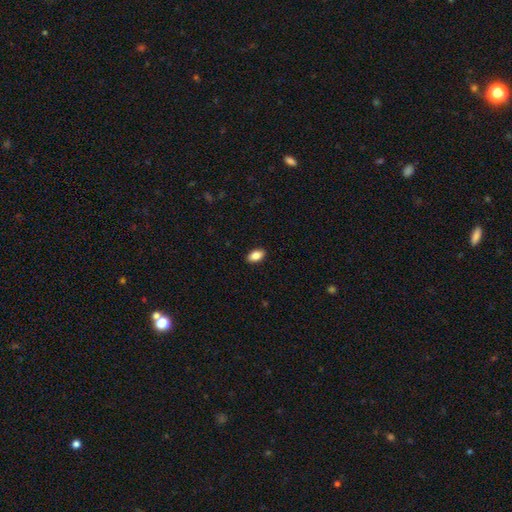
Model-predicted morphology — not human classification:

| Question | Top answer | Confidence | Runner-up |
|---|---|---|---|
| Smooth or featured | smooth | 87% | star or artifact (7%) |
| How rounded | in between | 92% | round (5%) |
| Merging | none | 90% | minor disturbance (7%) |